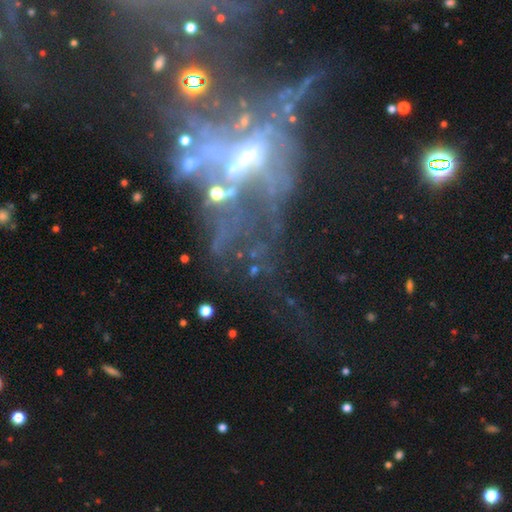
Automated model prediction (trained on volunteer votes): Smooth or featured? Predicted: featured or disk (p=0.61). Edge-on disk? Predicted: no (p=0.90). Bar? Predicted: no (p=0.66). Spiral arms? Predicted: no (p=0.75). Bulge size? Predicted: small (p=0.36). Merging? Predicted: major disturbance (p=0.47).